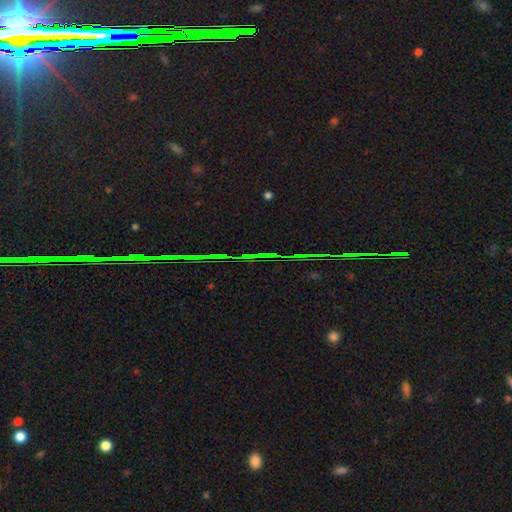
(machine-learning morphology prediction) type=star or artifact (82%).